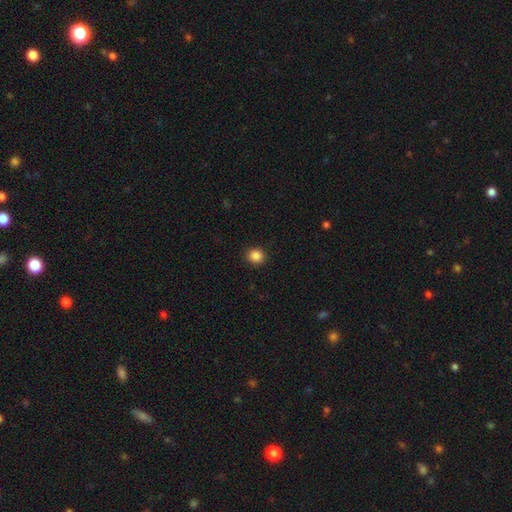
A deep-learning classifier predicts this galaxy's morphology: Q: Smooth or featured?
A: smooth (87%); runner-up: star or artifact (10%)
Q: How rounded?
A: round (87%); runner-up: in between (12%)
Q: Merging?
A: none (92%); runner-up: minor disturbance (6%)